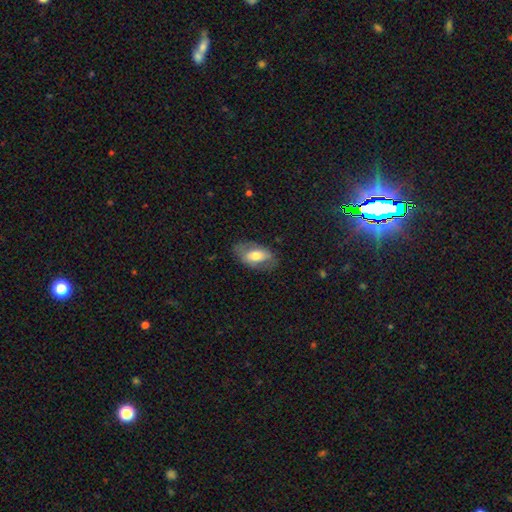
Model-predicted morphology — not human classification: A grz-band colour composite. It shows a smooth galaxy with no disk features (54%) that is in between round and cigar-shaped (91%). Merging: none (70%).